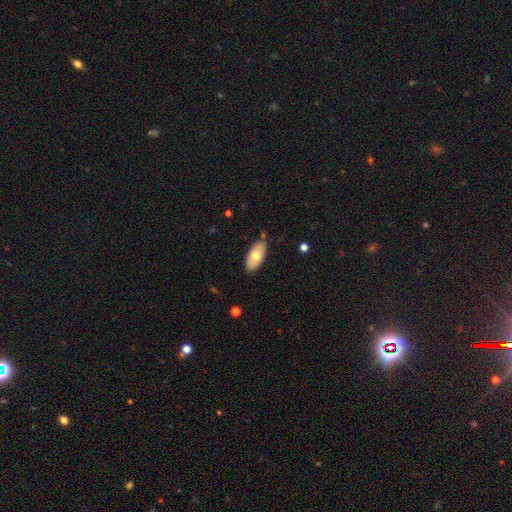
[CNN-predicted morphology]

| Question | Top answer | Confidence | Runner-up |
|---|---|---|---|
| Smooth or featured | smooth | 69% | featured or disk (25%) |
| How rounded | in between | 91% | cigar-shaped (7%) |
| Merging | none | 84% | minor disturbance (12%) |